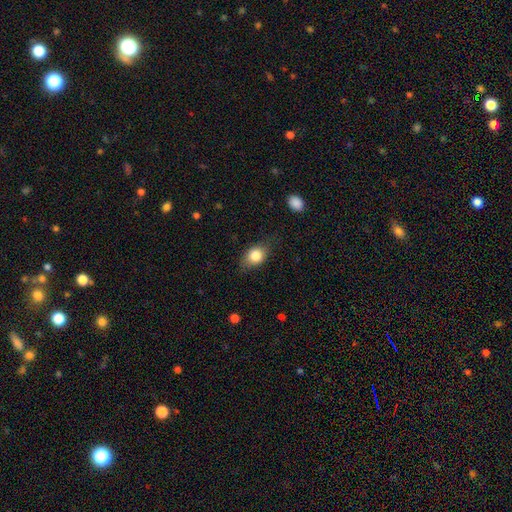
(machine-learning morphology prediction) Smooth or featured? Predicted: smooth (p=0.80). How rounded? Predicted: in between (p=0.66). Merging? Predicted: none (p=0.73).